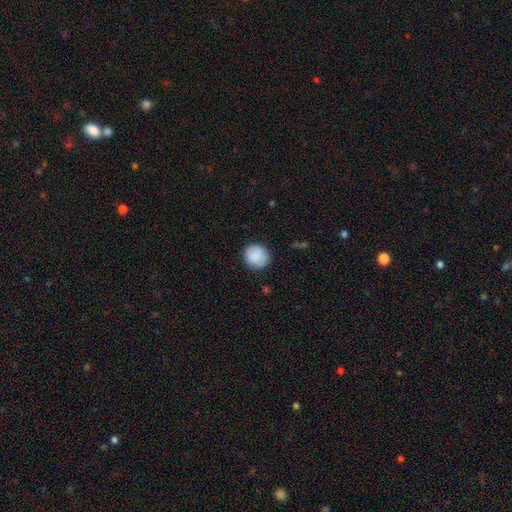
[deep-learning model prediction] Overall: smooth (88%). How rounded: round (90%). Merging: none (87%).